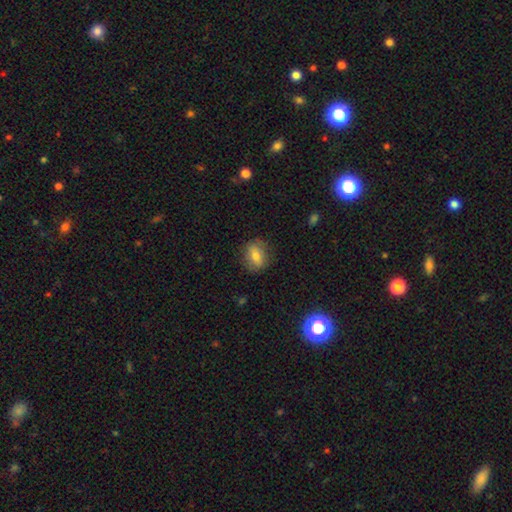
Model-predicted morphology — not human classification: smooth-or-featured: smooth: 71% | featured or disk: 20% | star or artifact: 9%
  how-rounded: in between: 62% | round: 36% | cigar-shaped: 3%
  merging: none: 79% | minor disturbance: 16% | major disturbance: 5% | merger: 1%